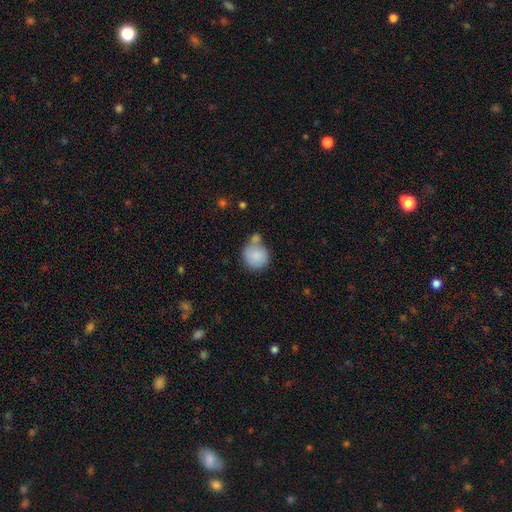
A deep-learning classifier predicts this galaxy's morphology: A smooth galaxy with no disk features (85%) that is round (87%). Merging: none (47%).